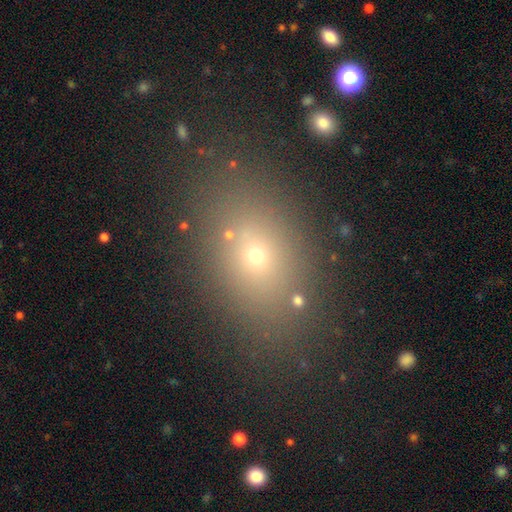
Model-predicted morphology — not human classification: The model was most divided on "smooth or featured": smooth: 60%, star or artifact: 26%, featured or disk: 14%. More confident: merging — none (83%); how rounded — in between (68%).